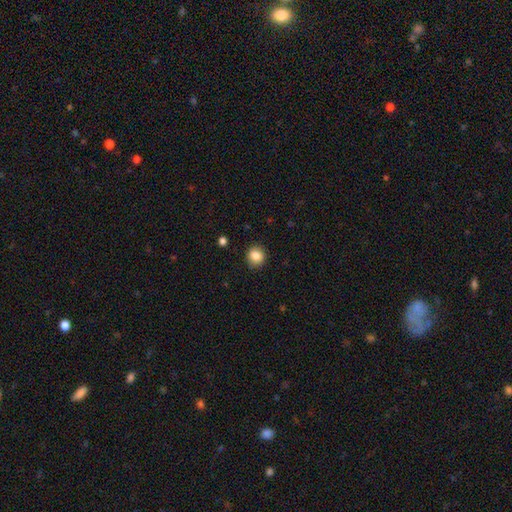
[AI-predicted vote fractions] Smooth or featured: smooth — 86% (star or artifact — 10%)
How rounded: round — 88% (in between — 11%)
Merging: none — 89% (minor disturbance — 7%)